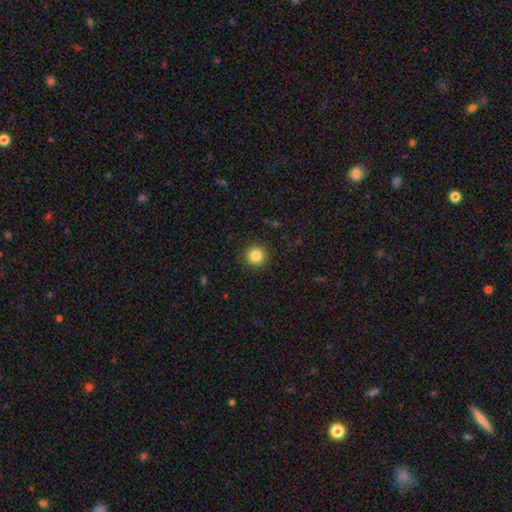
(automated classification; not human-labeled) Q: Smooth or featured?
A: smooth (84%); runner-up: star or artifact (11%)
Q: How rounded?
A: round (94%); runner-up: in between (5%)
Q: Merging?
A: none (92%); runner-up: minor disturbance (5%)